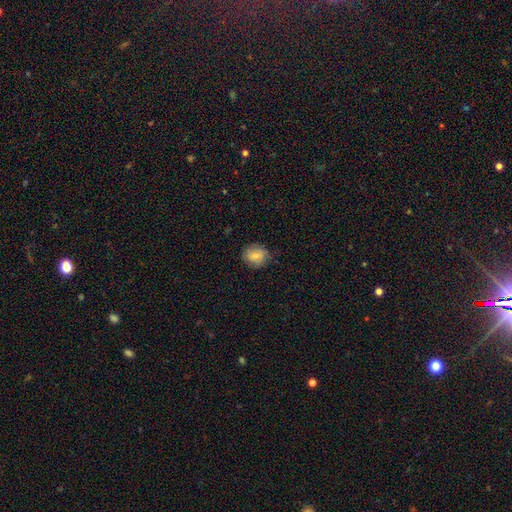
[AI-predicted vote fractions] Morphology: type=smooth (76%); roundness=round (76%); merging=none (77%).